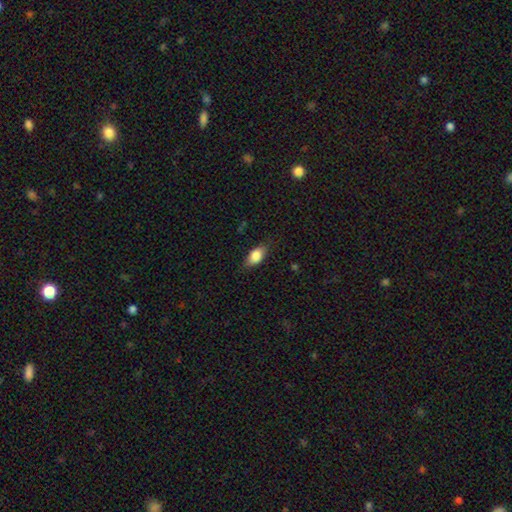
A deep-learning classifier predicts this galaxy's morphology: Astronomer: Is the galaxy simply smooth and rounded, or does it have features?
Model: smooth — 82%.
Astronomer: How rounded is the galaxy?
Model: in between — 87%.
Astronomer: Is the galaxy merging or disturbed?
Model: none — 78%.